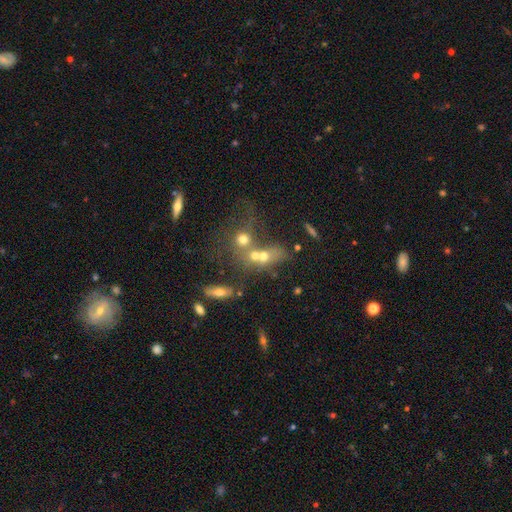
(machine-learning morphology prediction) The model was most divided on "smooth or featured": smooth: 49%, featured or disk: 30%, star or artifact: 21%. More confident: merging — merger (57%).